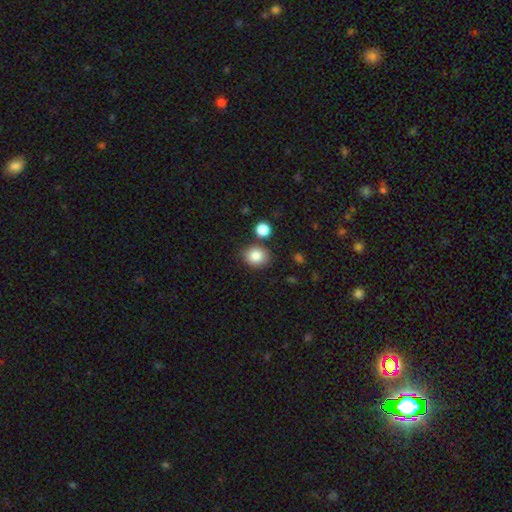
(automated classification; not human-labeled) Smooth or featured? smooth (86%)
How rounded? round (62%)
Merging? none (77%)